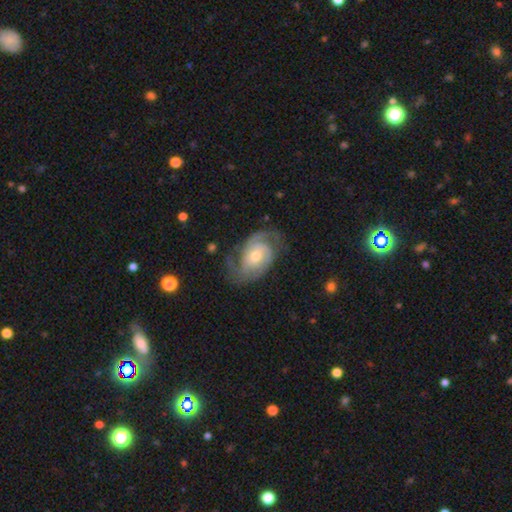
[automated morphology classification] This appears to be a featured or disk galaxy (85%) with no bar (66%), 2 (69%) medium (44%) spiral arms (96%) and a moderate central bulge (60%). Merging: none (68%).